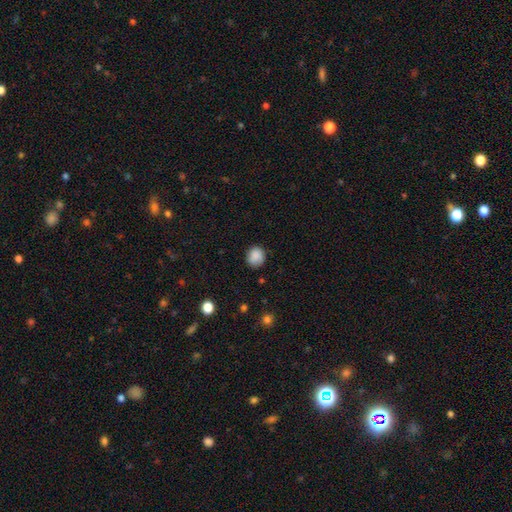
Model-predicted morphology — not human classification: Q: Smooth or featured?
A: smooth (86%); runner-up: star or artifact (9%)
Q: How rounded?
A: round (81%); runner-up: in between (18%)
Q: Merging?
A: none (79%); runner-up: minor disturbance (16%)